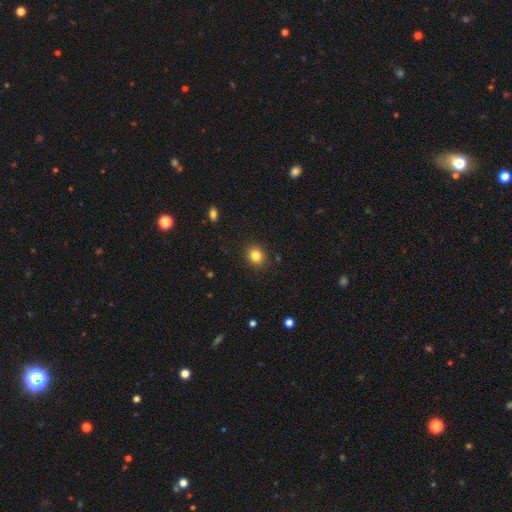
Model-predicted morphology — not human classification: Smooth or featured? smooth (83%)
How rounded? round (79%)
Merging? none (91%)